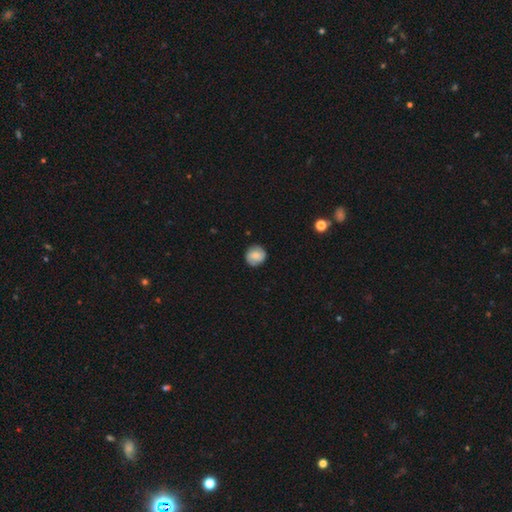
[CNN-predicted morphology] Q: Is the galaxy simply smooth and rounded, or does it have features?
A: smooth — 67%.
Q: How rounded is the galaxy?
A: round — 90%.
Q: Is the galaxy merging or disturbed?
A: none — 84%.